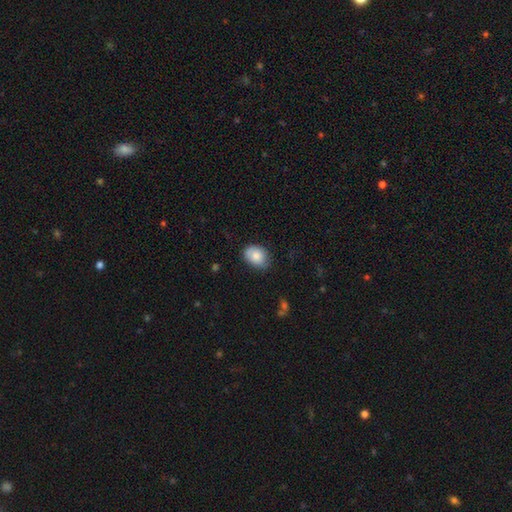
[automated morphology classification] The model was most divided on "how rounded": in between: 71%, round: 28%, cigar-shaped: 1%. More confident: smooth or featured — smooth (84%); merging — none (70%).